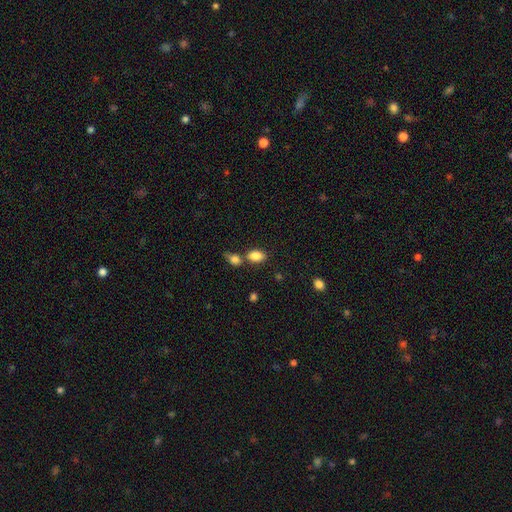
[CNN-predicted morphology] smooth_or_featured: smooth (p=0.85) [alt: star or artifact p=0.08]
how_rounded: in between (p=0.88) [alt: round p=0.10]
merging: none (p=0.54) [alt: merger p=0.31]